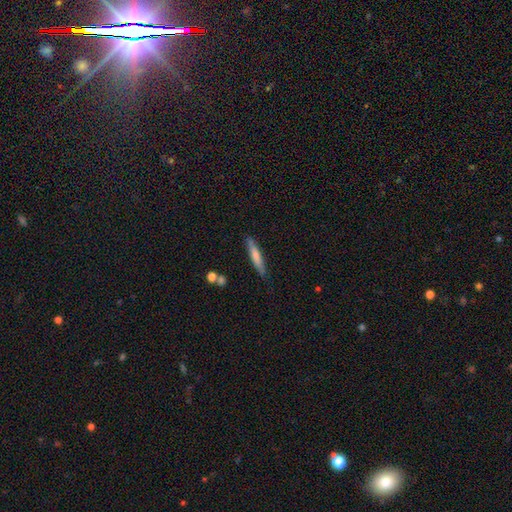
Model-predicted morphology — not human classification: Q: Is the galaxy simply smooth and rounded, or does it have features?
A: smooth — 66%.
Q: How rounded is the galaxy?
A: cigar-shaped — 92%.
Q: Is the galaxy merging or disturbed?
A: none — 83%.